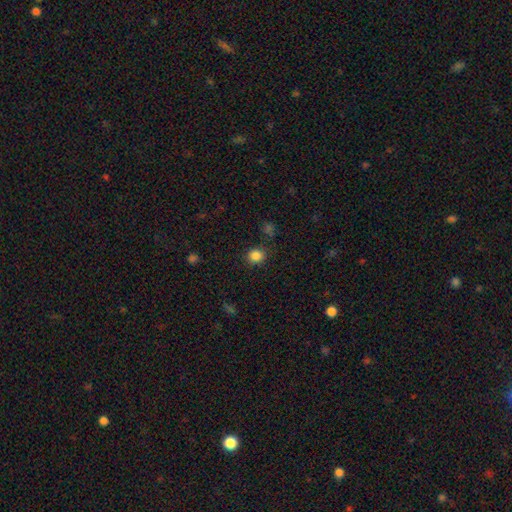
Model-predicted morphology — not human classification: smooth 84%, star or artifact 12%, featured or disk 4%. Down the decision tree: how rounded — round (82%); merging — none (85%).